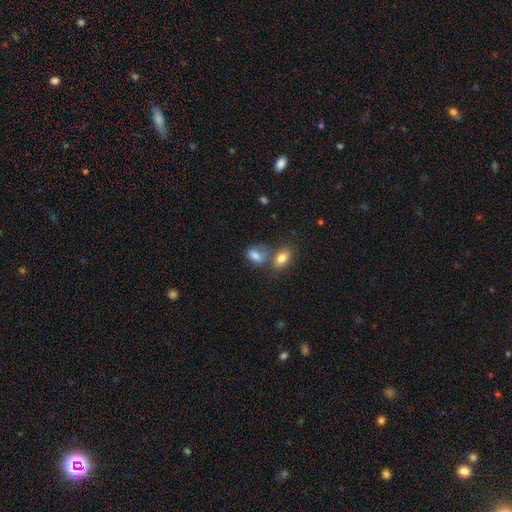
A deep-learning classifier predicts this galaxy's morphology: smooth_or_featured: smooth (p=0.81) [alt: featured or disk p=0.10]
how_rounded: in between (p=0.85) [alt: round p=0.13]
merging: merger (p=0.41) [alt: none p=0.40]